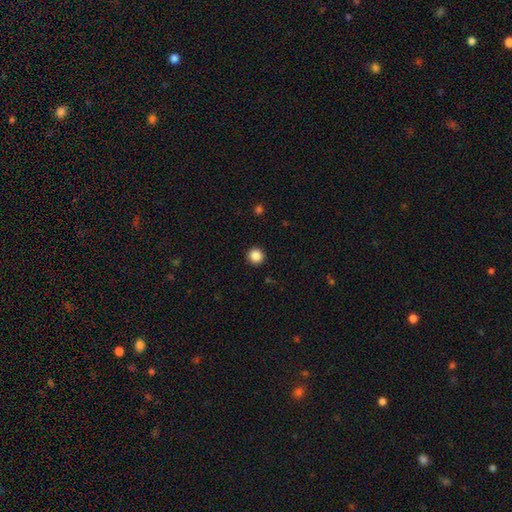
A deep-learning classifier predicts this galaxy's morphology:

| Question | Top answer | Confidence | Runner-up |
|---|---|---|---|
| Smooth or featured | smooth | 87% | star or artifact (10%) |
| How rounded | round | 95% | in between (4%) |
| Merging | none | 93% | minor disturbance (4%) |